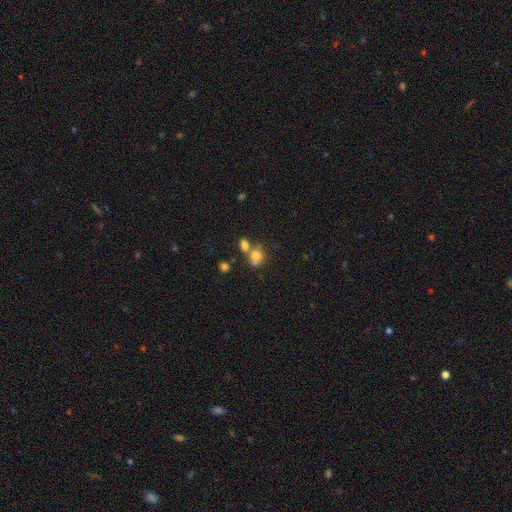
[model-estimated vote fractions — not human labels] Smooth or featured? Predicted: smooth (p=0.71). How rounded? Predicted: round (p=0.63). Merging? Predicted: merger (p=0.49).